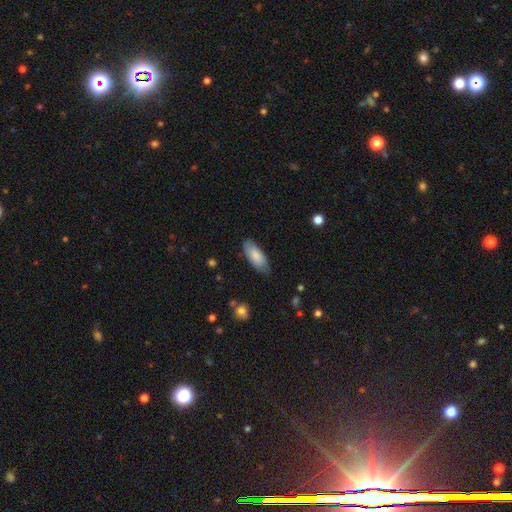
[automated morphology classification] This appears to be a smooth galaxy with no disk features (80%) that is in between round and cigar-shaped (84%). Merging: none (77%).